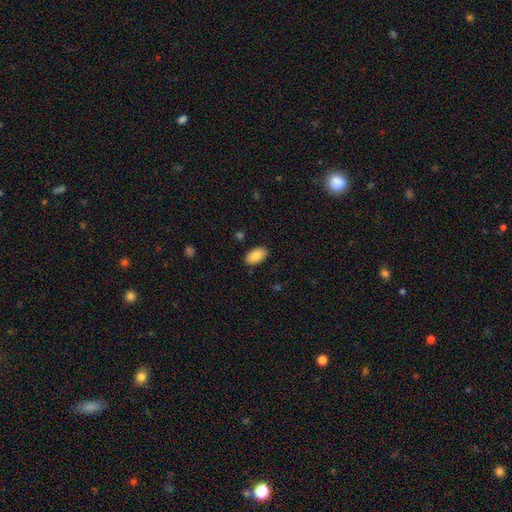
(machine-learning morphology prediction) Overall: smooth (85%). How rounded: in between (95%). Merging: none (87%).